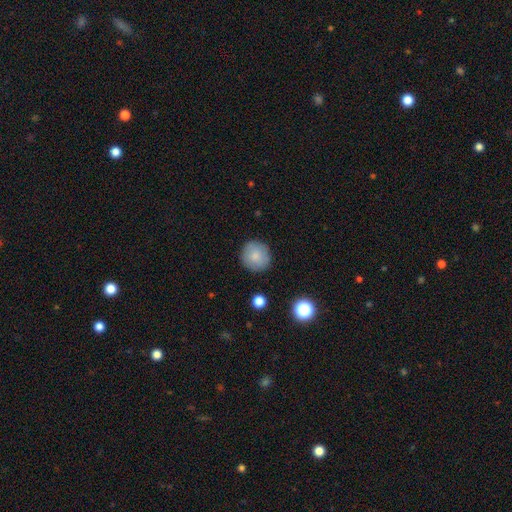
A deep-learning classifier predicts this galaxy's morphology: This appears to be a smooth galaxy with no disk features (83%) that is round (93%). Merging: none (89%).